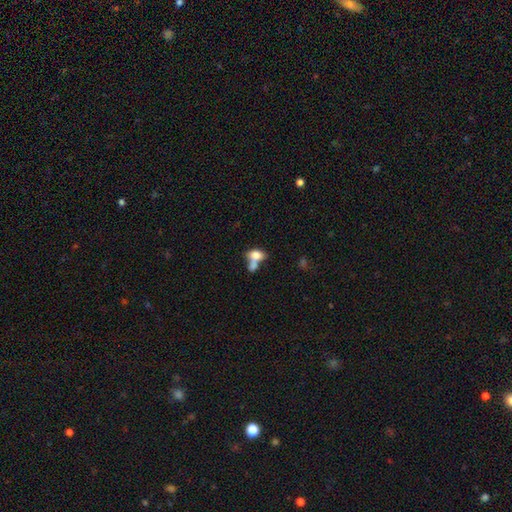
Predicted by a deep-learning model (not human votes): Smooth or featured? smooth (72%)
How rounded? in between (81%)
Merging? merger (60%)